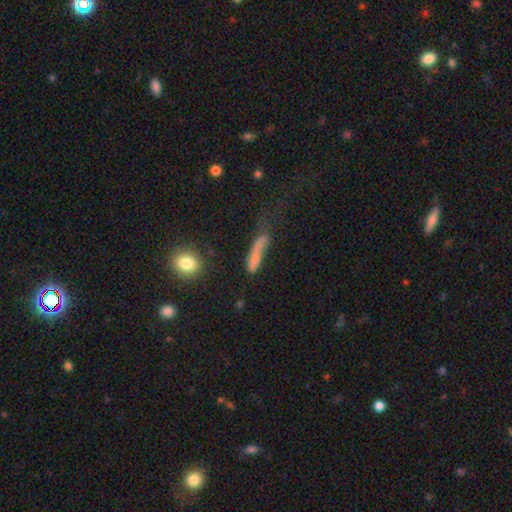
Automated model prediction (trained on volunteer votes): Smooth or featured?
  - smooth: 66% *
  - featured or disk: 22%
  - star or artifact: 12%
How rounded?
  - cigar-shaped: 79% *
  - in between: 16%
  - round: 5%
Merging?
  - none: 37% *
  - major disturbance: 31%
  - minor disturbance: 23%
  - merger: 9%